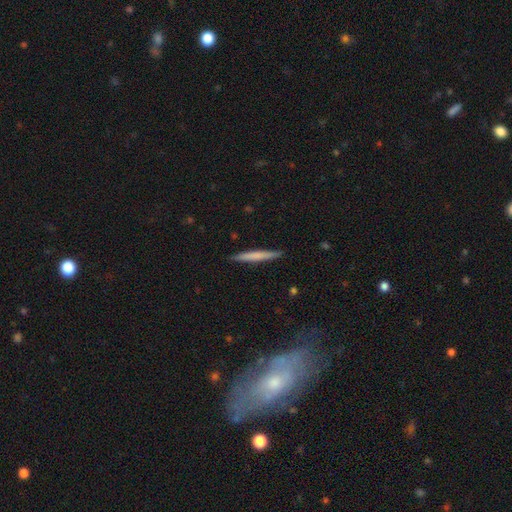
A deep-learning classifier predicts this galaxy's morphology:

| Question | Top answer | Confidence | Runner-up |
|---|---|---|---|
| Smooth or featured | smooth | 63% | featured or disk (32%) |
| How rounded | cigar-shaped | 96% | in between (2%) |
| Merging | none | 90% | minor disturbance (7%) |